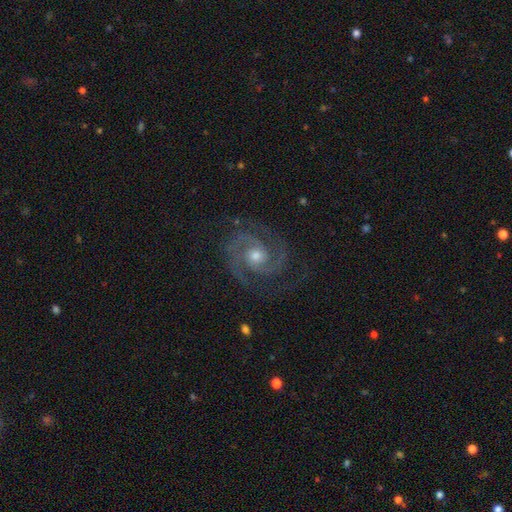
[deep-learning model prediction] Morphology: type=featured or disk (93%); edge-on=no (98%); bar=no (69%); spiral arms=yes (99%); winding=tight (52%); arm count=2 (89%); bulge=moderate (61%); merging=none (80%).